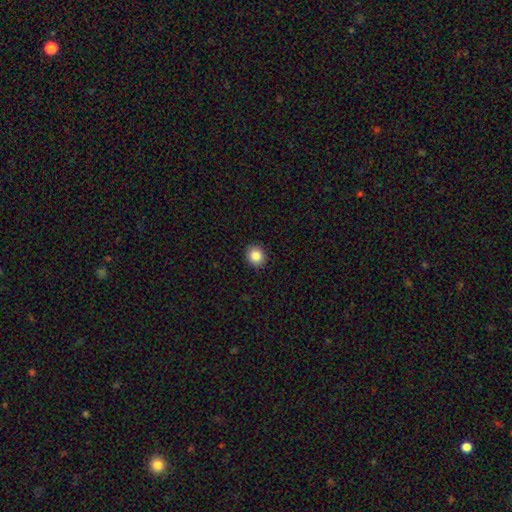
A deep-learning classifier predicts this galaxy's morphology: smooth_or_featured: smooth (p=0.86) [alt: star or artifact p=0.09]
how_rounded: round (p=0.79) [alt: in between p=0.20]
merging: none (p=0.92) [alt: minor disturbance p=0.06]